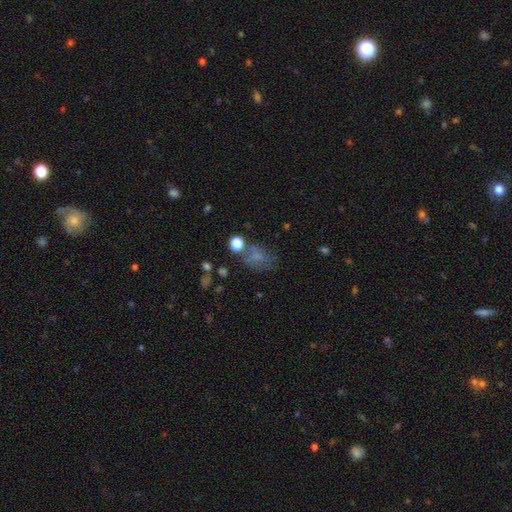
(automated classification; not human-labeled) This is possibly a smooth galaxy (53%). How rounded: possibly in between (58%). Merging: possibly none (48%).